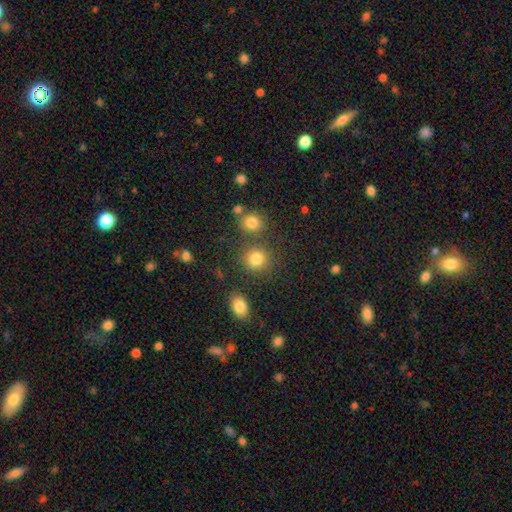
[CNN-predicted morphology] This appears to be a smooth galaxy with no disk features (60%) that is round (90%). Merging: none (81%).